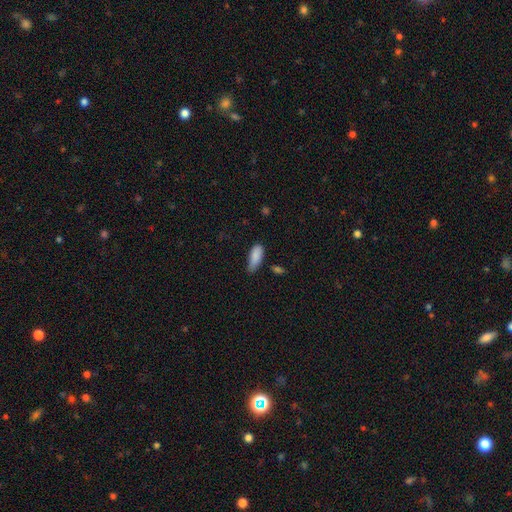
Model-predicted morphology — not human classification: smooth-or-featured: smooth: 87% | star or artifact: 7% | featured or disk: 6%
  how-rounded: in between: 81% | cigar-shaped: 17% | round: 2%
  merging: none: 48% | minor disturbance: 41% | major disturbance: 7% | merger: 3%